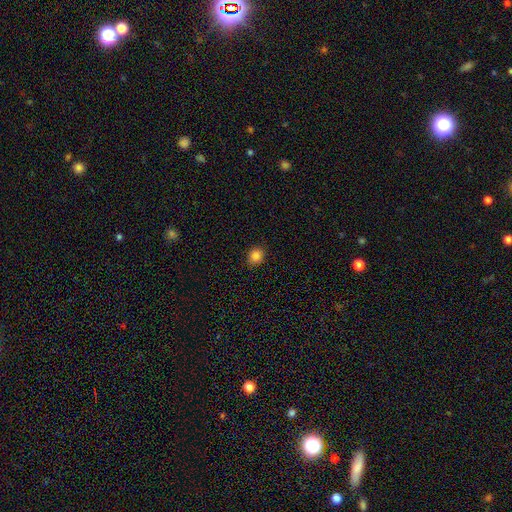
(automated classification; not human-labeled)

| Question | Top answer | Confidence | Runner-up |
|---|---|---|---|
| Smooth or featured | smooth | 84% | star or artifact (11%) |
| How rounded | round | 75% | in between (24%) |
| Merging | none | 91% | minor disturbance (7%) |